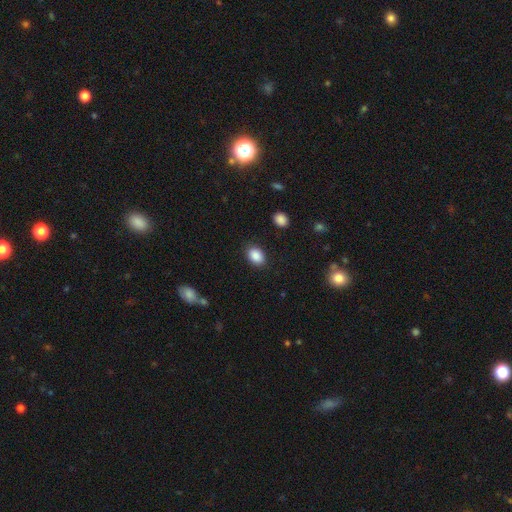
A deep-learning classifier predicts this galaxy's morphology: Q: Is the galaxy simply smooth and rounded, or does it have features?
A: smooth — 88%.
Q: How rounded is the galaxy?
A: in between — 70%.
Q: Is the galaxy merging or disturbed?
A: none — 87%.